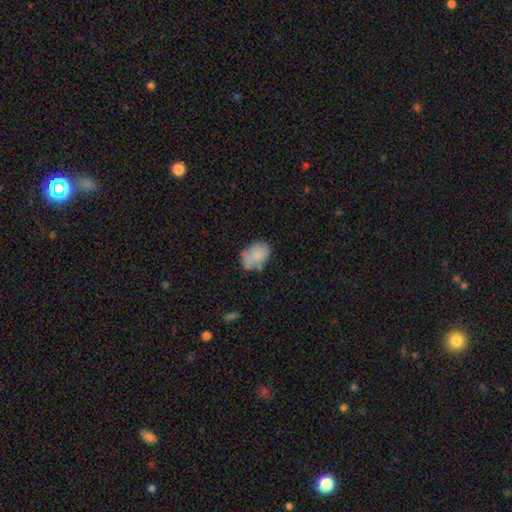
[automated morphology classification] smooth-or-featured: smooth: 82% | featured or disk: 10% | star or artifact: 8%
  how-rounded: in between: 81% | round: 18% | cigar-shaped: 1%
  merging: none: 57% | minor disturbance: 28% | major disturbance: 9% | merger: 6%